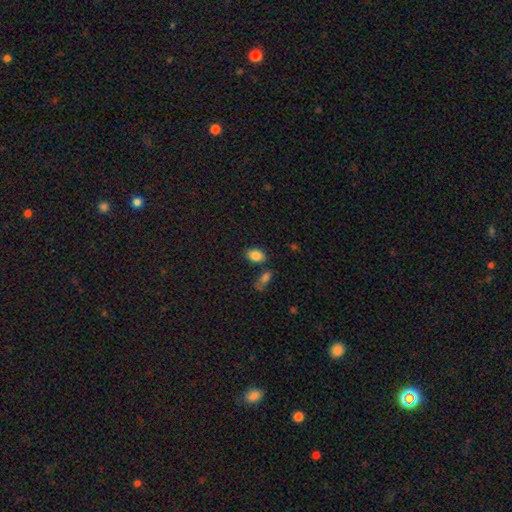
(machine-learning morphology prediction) Smooth or featured? Predicted: smooth (p=0.85). How rounded? Predicted: in between (p=0.86). Merging? Predicted: none (p=0.76).